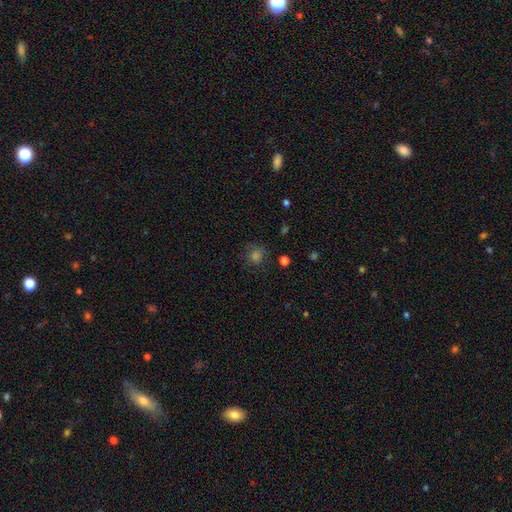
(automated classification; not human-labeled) smooth_or_featured: smooth (p=0.65) [alt: star or artifact p=0.27]
how_rounded: round (p=0.85) [alt: in between p=0.14]
merging: none (p=0.81) [alt: minor disturbance p=0.12]